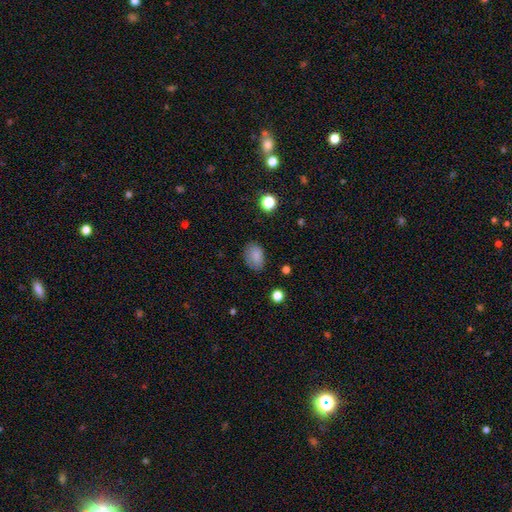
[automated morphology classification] Overall: smooth (84%). How rounded: in between (80%). Merging: none (76%).